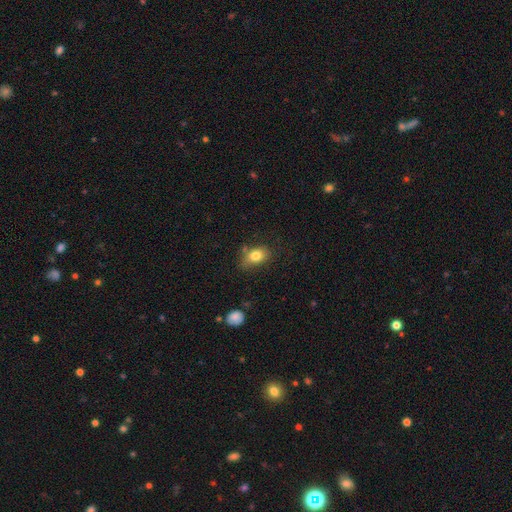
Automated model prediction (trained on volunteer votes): Smooth or featured?
  - smooth: 80% *
  - featured or disk: 11%
  - star or artifact: 9%
How rounded?
  - in between: 76% *
  - round: 22%
  - cigar-shaped: 2%
Merging?
  - none: 63% *
  - minor disturbance: 26%
  - major disturbance: 7%
  - merger: 5%